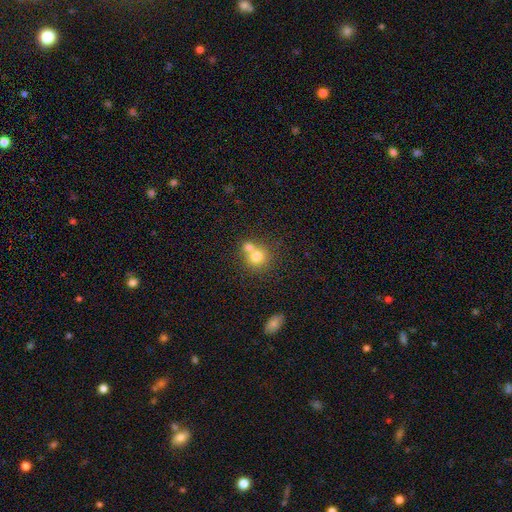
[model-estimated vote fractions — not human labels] This appears to be a smooth galaxy with no disk features (75%) that is round (82%). Merging: merger (52%).